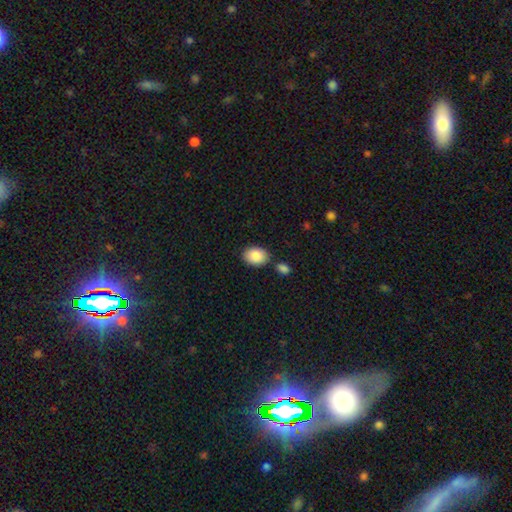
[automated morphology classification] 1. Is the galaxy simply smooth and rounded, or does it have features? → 88% smooth, 7% star or artifact, 6% featured or disk.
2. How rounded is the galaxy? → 78% in between, 21% round, 1% cigar-shaped.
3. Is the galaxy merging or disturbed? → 77% none, 12% minor disturbance, 9% merger, 3% major disturbance.